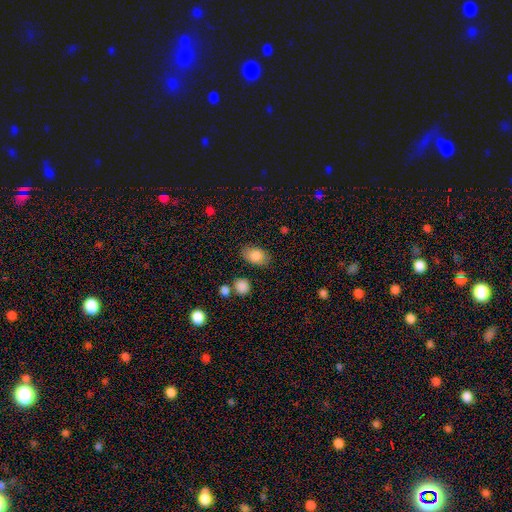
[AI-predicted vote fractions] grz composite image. It shows a smooth galaxy with no disk features (84%) that is in between round and cigar-shaped (87%). Merging: none (81%).